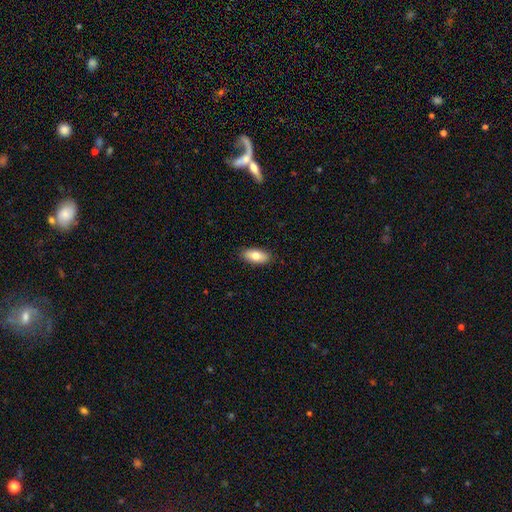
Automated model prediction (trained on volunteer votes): smooth-or-featured: smooth: 78% | featured or disk: 16% | star or artifact: 7%
  how-rounded: in between: 89% | cigar-shaped: 8% | round: 3%
  merging: none: 89% | minor disturbance: 8% | major disturbance: 2% | merger: 1%